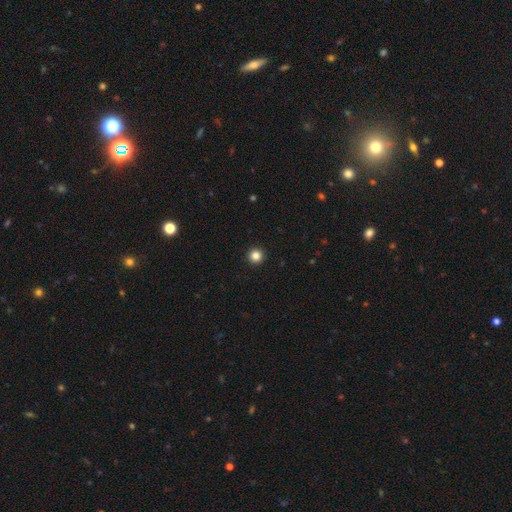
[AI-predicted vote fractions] Smooth or featured: smooth — 84% (star or artifact — 12%)
How rounded: round — 97% (in between — 2%)
Merging: none — 94% (minor disturbance — 3%)